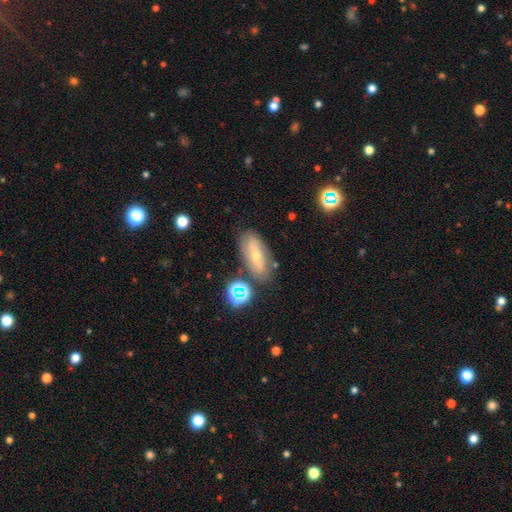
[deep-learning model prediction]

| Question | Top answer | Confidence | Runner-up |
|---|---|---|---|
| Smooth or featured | featured or disk | 53% | smooth (36%) |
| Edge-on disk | no | 81% | yes (19%) |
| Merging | none | 74% | minor disturbance (16%) |